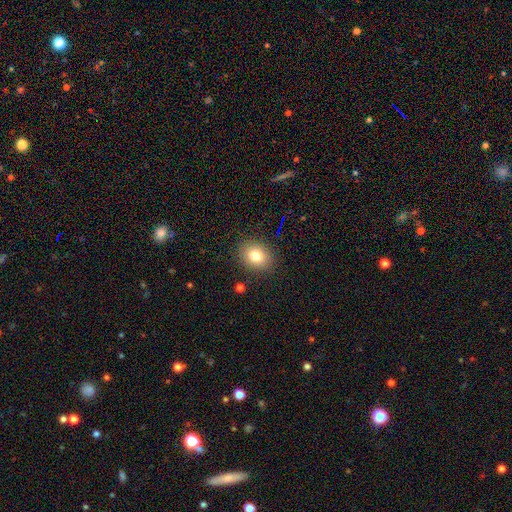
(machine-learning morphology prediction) type=smooth (80%); roundness=in between (55%); merging=none (87%).